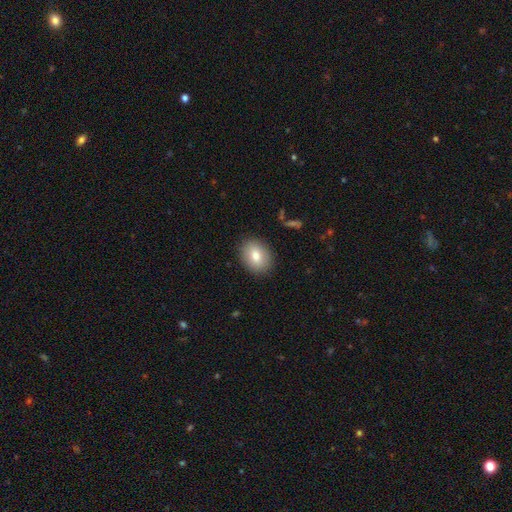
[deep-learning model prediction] Smooth or featured? smooth (80%)
How rounded? in between (67%)
Merging? none (88%)